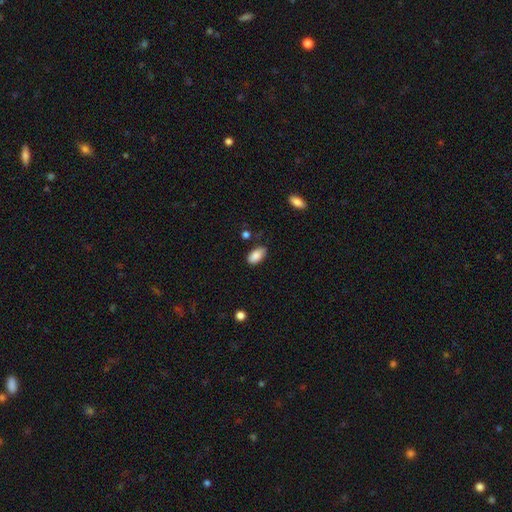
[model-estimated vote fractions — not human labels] This is clearly a smooth galaxy (87%). How rounded: clearly in between (94%). Merging: likely none (74%).